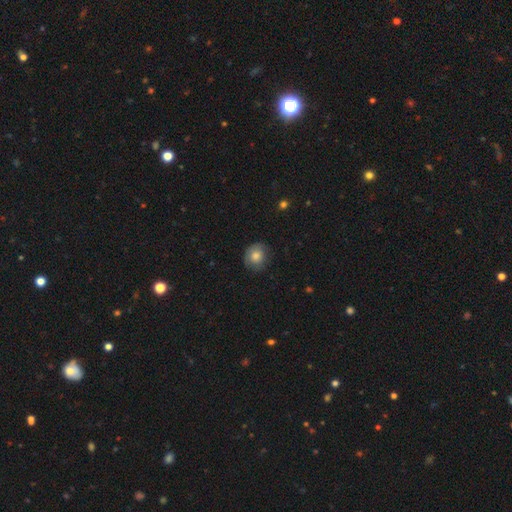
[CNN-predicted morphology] Q: Smooth or featured?
A: smooth (74%); runner-up: featured or disk (17%)
Q: How rounded?
A: round (81%); runner-up: in between (18%)
Q: Merging?
A: none (72%); runner-up: minor disturbance (21%)